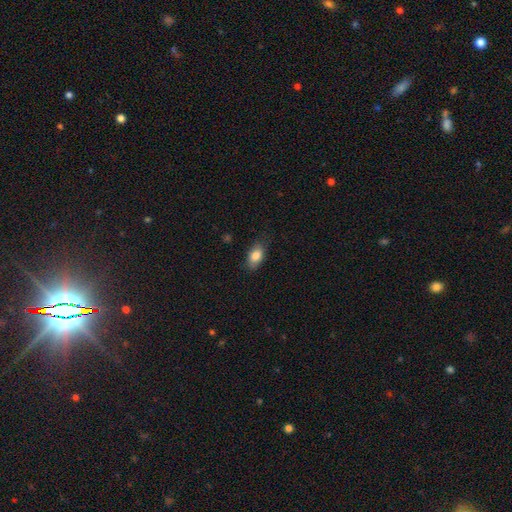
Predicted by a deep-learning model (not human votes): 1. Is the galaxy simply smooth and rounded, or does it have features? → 83% smooth, 9% featured or disk, 8% star or artifact.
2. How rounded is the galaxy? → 87% in between, 9% round, 4% cigar-shaped.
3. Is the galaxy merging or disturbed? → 77% none, 18% minor disturbance, 4% major disturbance, 1% merger.